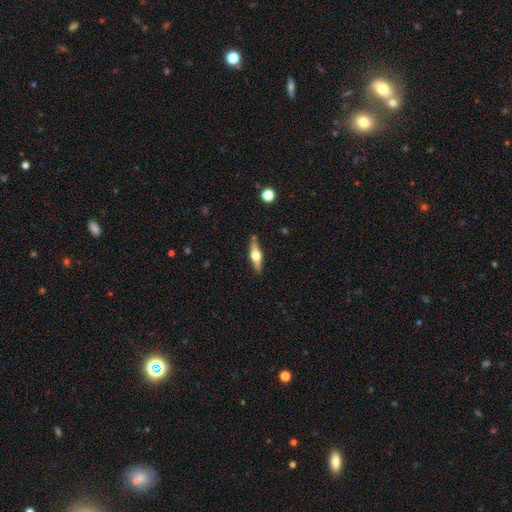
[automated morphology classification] smooth_or_featured: featured or disk (p=0.64) [alt: smooth p=0.31]
disk_edge_on: yes (p=0.95) [alt: no p=0.05]
edge_on_bulge: rounded (p=0.95) [alt: boxy p=0.03]
merging: none (p=0.84) [alt: minor disturbance p=0.11]